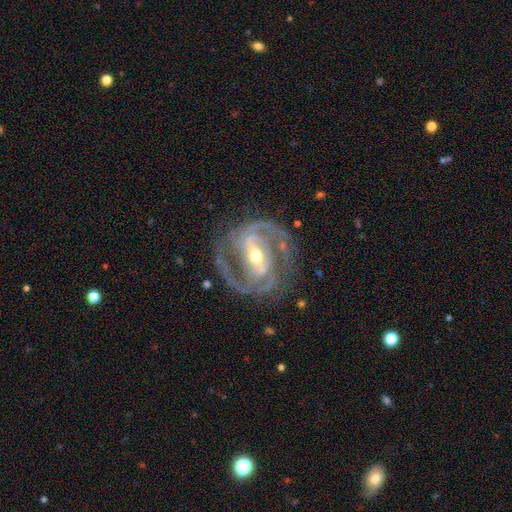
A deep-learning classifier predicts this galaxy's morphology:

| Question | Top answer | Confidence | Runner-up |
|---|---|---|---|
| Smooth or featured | featured or disk | 92% | star or artifact (5%) |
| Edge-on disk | no | 97% | yes (3%) |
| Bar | strong | 59% | weak (30%) |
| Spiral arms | yes | 98% | no (2%) |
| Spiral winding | medium | 53% | tight (39%) |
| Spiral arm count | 2 | 80% | 3 (10%) |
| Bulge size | moderate | 55% | small (40%) |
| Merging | none | 76% | minor disturbance (15%) |